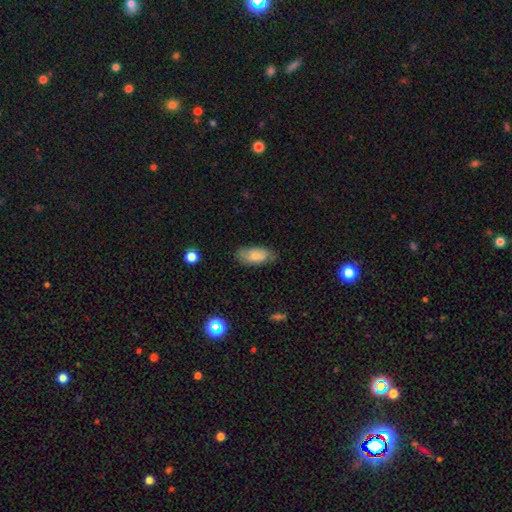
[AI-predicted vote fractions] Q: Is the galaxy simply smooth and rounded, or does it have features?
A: smooth — 76%.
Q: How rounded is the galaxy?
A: in between — 90%.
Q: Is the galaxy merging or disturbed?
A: none — 72%.